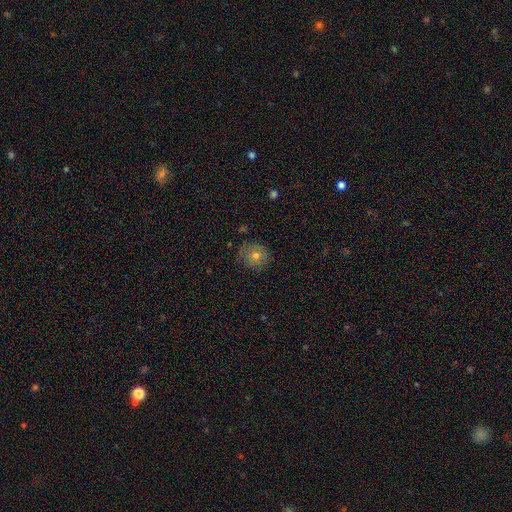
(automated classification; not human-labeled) This is likely a smooth galaxy (61%). How rounded: clearly round (91%). Merging: clearly none (81%).